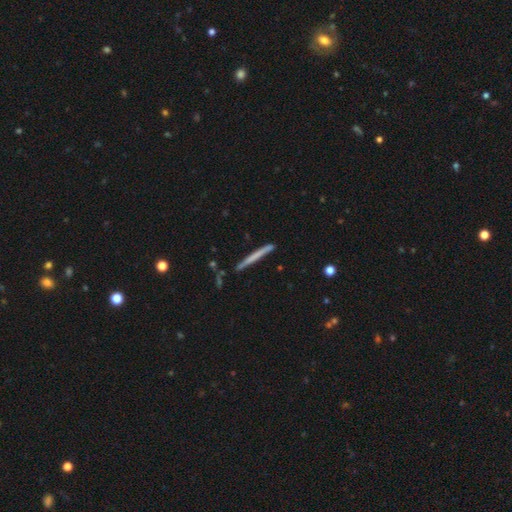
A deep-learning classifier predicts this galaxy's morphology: Smooth or featured? smooth (55%)
How rounded? cigar-shaped (97%)
Merging? none (87%)